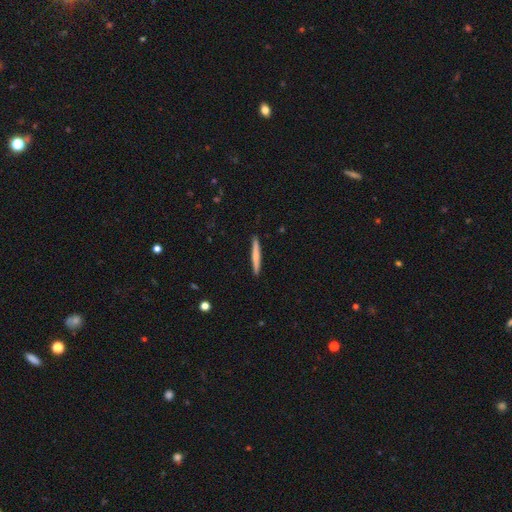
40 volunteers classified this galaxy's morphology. This is likely a smooth galaxy (75%). How rounded: clearly cigar-shaped (100%). Merging: clearly none (97%).